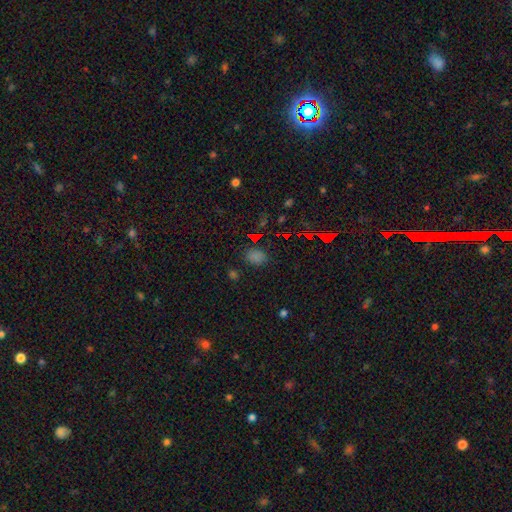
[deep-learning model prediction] Overall: smooth (56%; star or artifact 38%). How rounded: in between (53%; round 45%). Merging: none (82%).